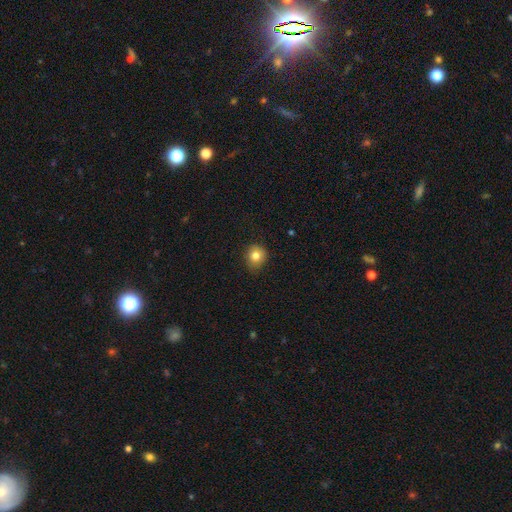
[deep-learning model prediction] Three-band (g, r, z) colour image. It shows a smooth galaxy with no disk features (81%) that is round (81%). Merging: none (77%).